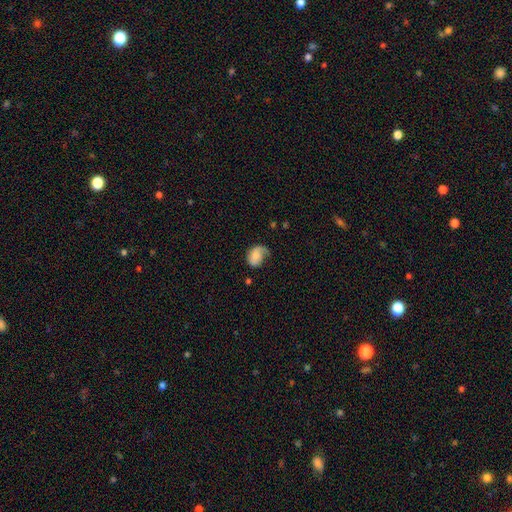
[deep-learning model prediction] A smooth galaxy with no disk features (57%) that is in between round and cigar-shaped (65%). Merging: none (37%).